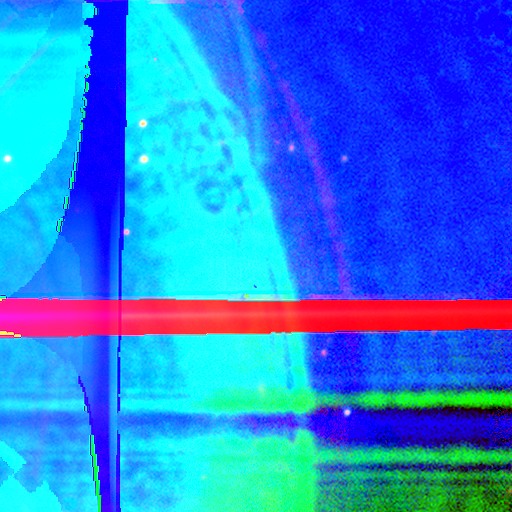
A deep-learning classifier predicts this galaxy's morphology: type=star or artifact (86%).